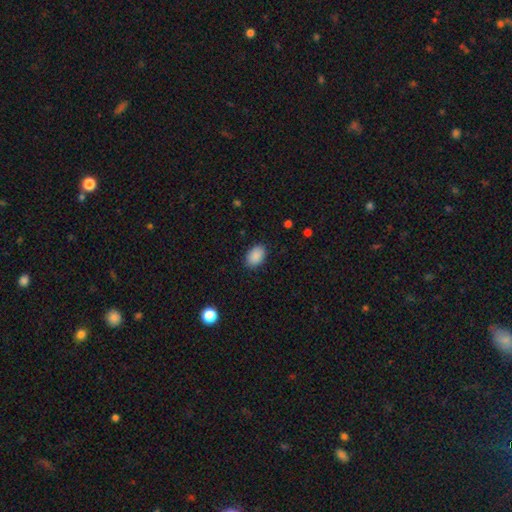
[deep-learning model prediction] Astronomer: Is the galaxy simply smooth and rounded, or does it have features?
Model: smooth — 89%.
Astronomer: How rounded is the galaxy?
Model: in between — 87%.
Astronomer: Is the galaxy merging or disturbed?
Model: none — 88%.